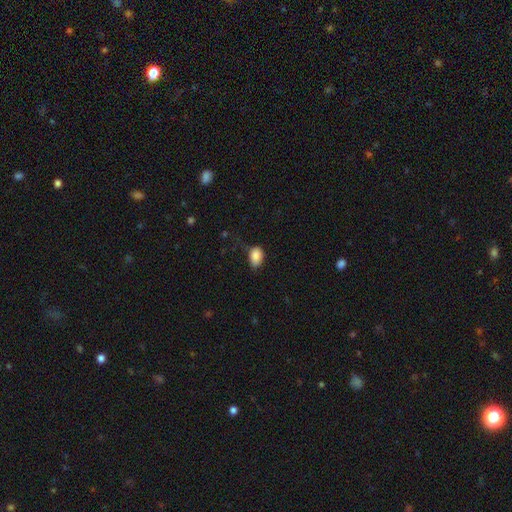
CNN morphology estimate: This is clearly a smooth galaxy (87%). How rounded: clearly in between (83%). Merging: possibly none (55%).